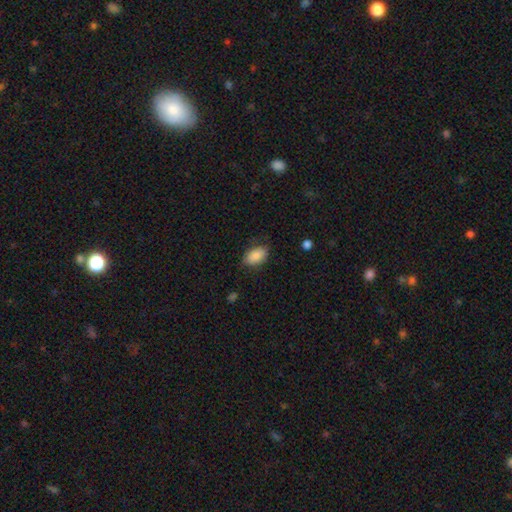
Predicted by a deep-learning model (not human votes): Smooth or featured?
  - smooth: 87% *
  - star or artifact: 7%
  - featured or disk: 6%
How rounded?
  - in between: 92% *
  - round: 6%
  - cigar-shaped: 2%
Merging?
  - none: 76% *
  - minor disturbance: 18%
  - major disturbance: 5%
  - merger: 1%